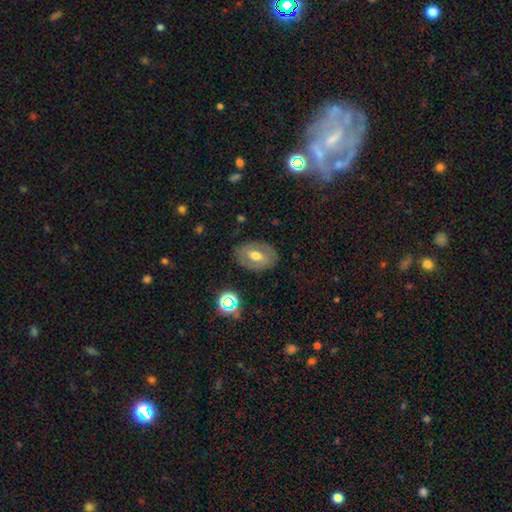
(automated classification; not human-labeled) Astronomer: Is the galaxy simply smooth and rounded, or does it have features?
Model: featured or disk — 46% (runner-up: smooth, 45%).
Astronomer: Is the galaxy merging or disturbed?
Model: none — 82%.